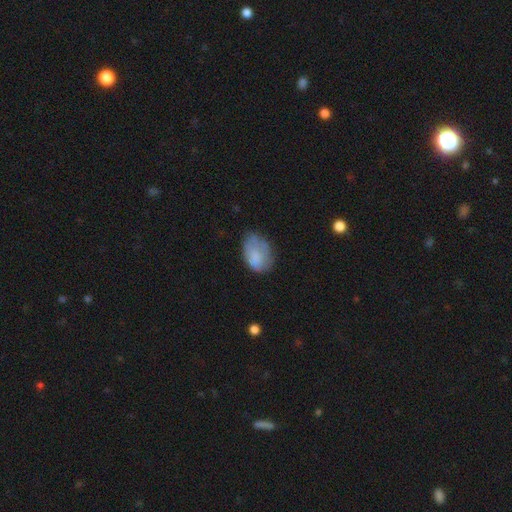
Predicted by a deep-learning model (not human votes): Smooth or featured: smooth — 73% (featured or disk — 19%)
How rounded: in between — 85% (round — 14%)
Merging: none — 44% (minor disturbance — 37%)